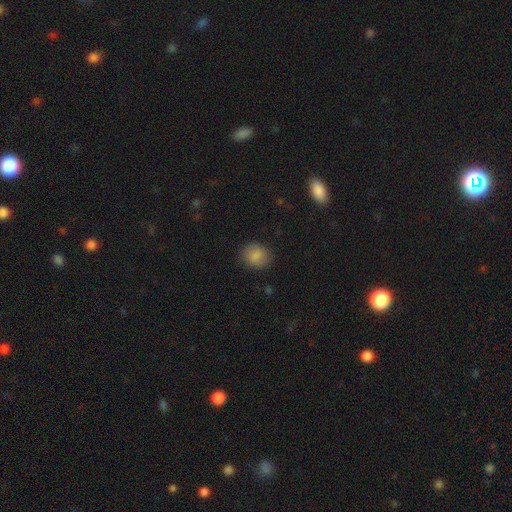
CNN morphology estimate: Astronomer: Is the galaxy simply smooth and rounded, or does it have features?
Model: smooth — 85%.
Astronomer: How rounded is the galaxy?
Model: round — 68%.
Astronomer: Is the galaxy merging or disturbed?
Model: none — 84%.